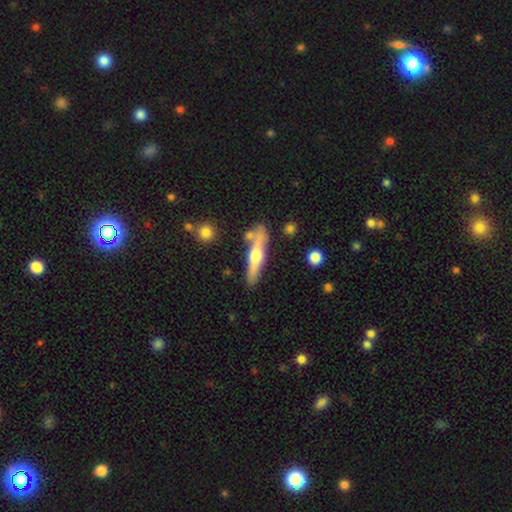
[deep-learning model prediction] A featured or disk galaxy (61%) viewed edge-on (95%) with a rounded central bulge (93%).

Vote fractions:
- Smooth or featured? featured or disk: 61% / smooth: 34% / star or artifact: 5%
- Edge-on disk? yes: 95% / no: 5%
- Edge-on bulge? rounded: 93% / boxy: 4% / none: 3%
- Merging? none: 78% / minor disturbance: 11% / merger: 8% / major disturbance: 3%